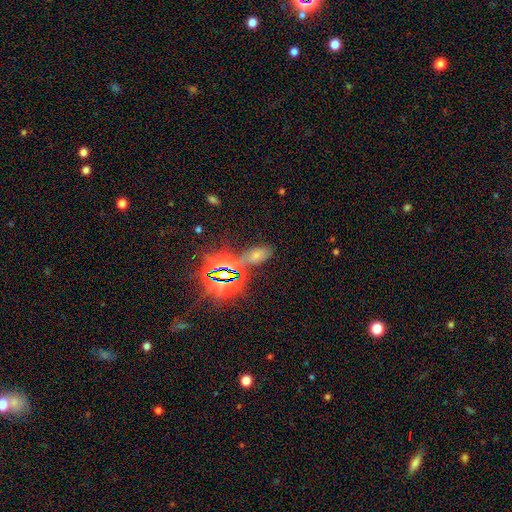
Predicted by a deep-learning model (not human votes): The model was most divided on "smooth or featured": star or artifact: 44%, smooth: 43%, featured or disk: 12%.